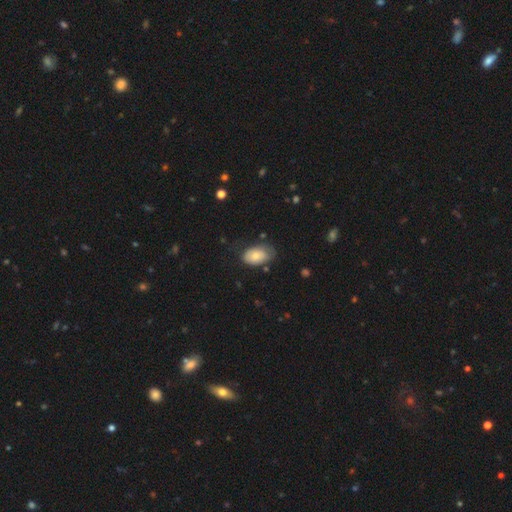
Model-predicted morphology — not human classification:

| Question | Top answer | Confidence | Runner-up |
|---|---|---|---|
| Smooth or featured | smooth | 74% | featured or disk (19%) |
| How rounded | in between | 91% | round (8%) |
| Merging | none | 59% | minor disturbance (30%) |